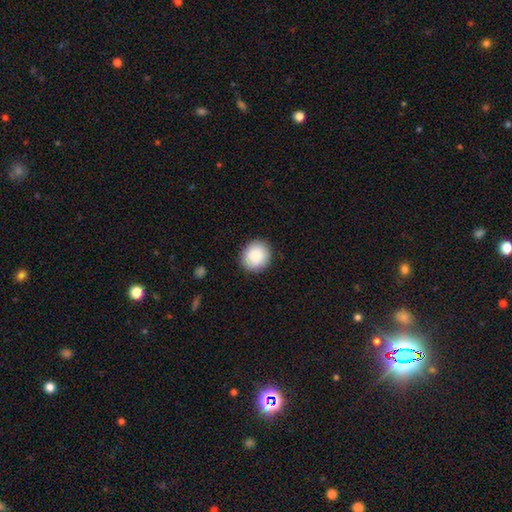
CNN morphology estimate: Q: Smooth or featured?
A: smooth (87%); runner-up: star or artifact (7%)
Q: How rounded?
A: round (81%); runner-up: in between (18%)
Q: Merging?
A: none (90%); runner-up: minor disturbance (7%)